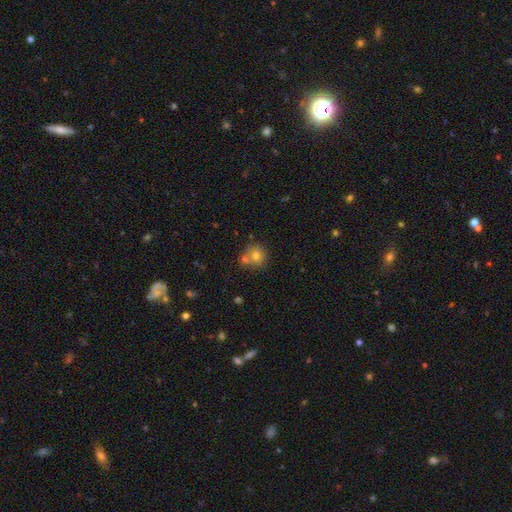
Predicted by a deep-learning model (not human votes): A smooth galaxy with no disk features (73%) that is round (83%). Merging: none (51%).